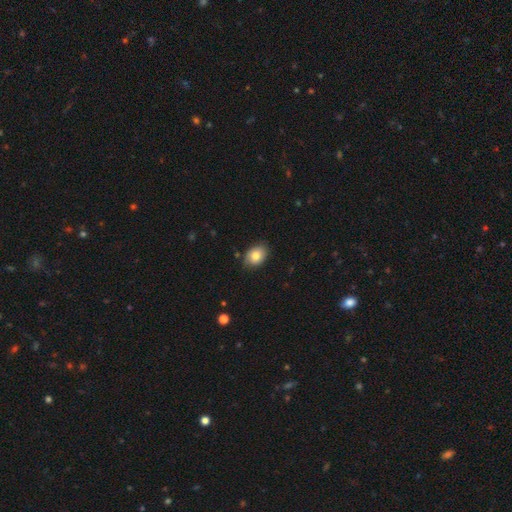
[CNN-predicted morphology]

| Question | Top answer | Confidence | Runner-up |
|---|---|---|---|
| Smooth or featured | smooth | 80% | featured or disk (12%) |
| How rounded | in between | 72% | round (27%) |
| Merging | none | 80% | minor disturbance (16%) |